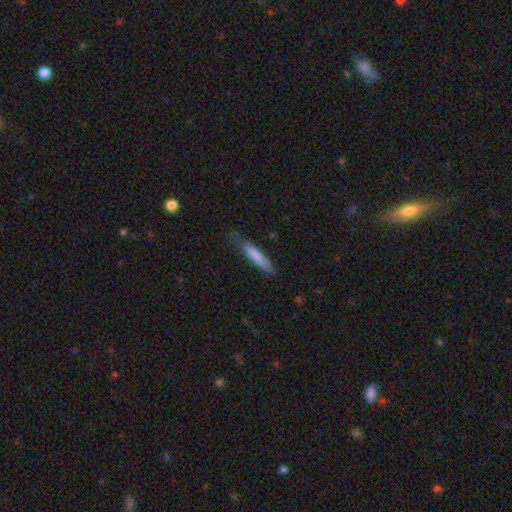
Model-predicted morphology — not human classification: Smooth or featured?
  - smooth: 78% *
  - featured or disk: 16%
  - star or artifact: 6%
How rounded?
  - cigar-shaped: 88% *
  - in between: 10%
  - round: 1%
Merging?
  - none: 67% *
  - minor disturbance: 25%
  - major disturbance: 6%
  - merger: 2%